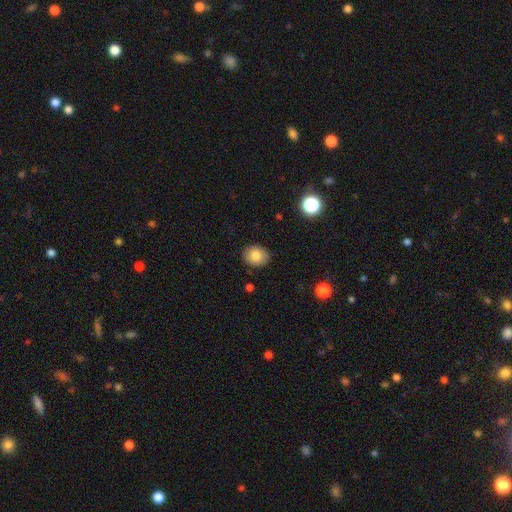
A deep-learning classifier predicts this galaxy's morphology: smooth 83%, star or artifact 9%, featured or disk 8%. Down the decision tree: how rounded — round (51%); merging — none (87%).